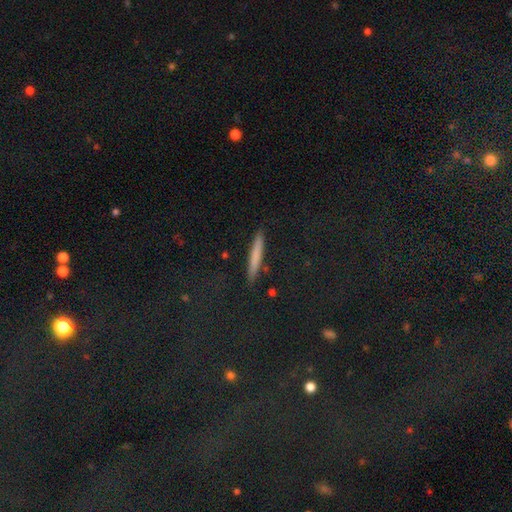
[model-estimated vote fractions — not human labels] Q: Smooth or featured?
A: smooth (69%); runner-up: featured or disk (19%)
Q: How rounded?
A: cigar-shaped (94%); runner-up: in between (4%)
Q: Merging?
A: none (89%); runner-up: minor disturbance (8%)